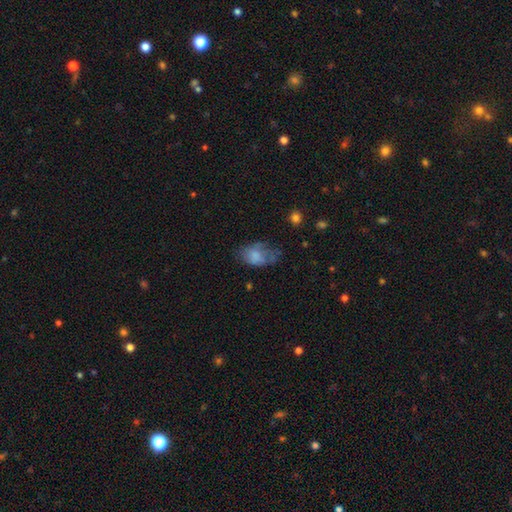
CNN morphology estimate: smooth-or-featured: smooth: 68% | featured or disk: 23% | star or artifact: 9%
  how-rounded: in between: 86% | round: 13% | cigar-shaped: 1%
  merging: none: 39% | minor disturbance: 33% | major disturbance: 25% | merger: 3%